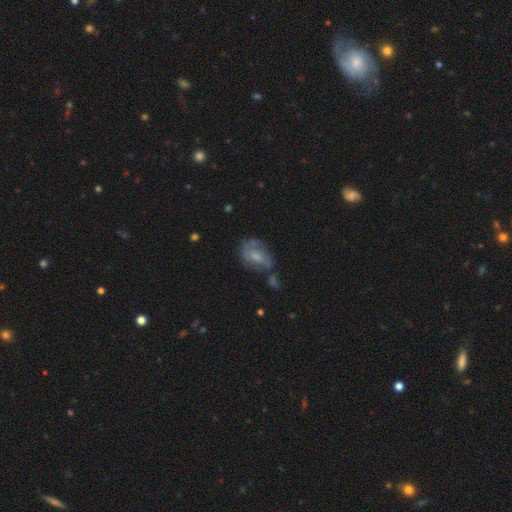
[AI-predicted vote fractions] A featured or disk galaxy (50%).

Vote fractions:
- Smooth or featured? featured or disk: 50% / smooth: 41% / star or artifact: 9%
- Edge-on disk? no: 95% / yes: 5%
- Merging? none: 46% / minor disturbance: 27% / major disturbance: 16% / merger: 11%